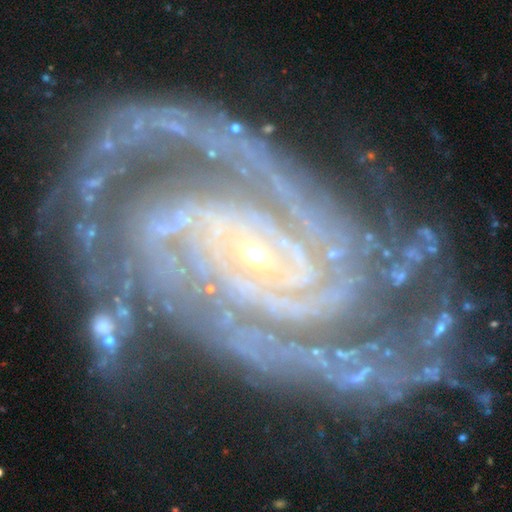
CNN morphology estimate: The model was most divided on "bar": no: 50%, weak: 31%, strong: 19%. Remaining: spiral arms — yes (99%); edge-on disk — no (98%); smooth or featured — featured or disk (92%); bulge size — small (77%); spiral winding — tight (61%); merging — none (59%); spiral arm count — 2 (47%).